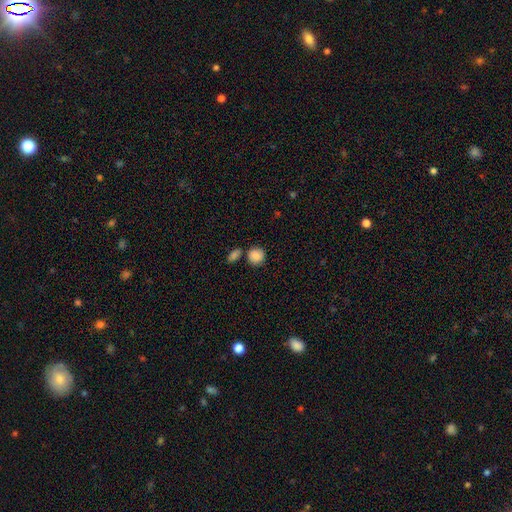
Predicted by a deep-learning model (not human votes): Smooth or featured? smooth (87%)
How rounded? round (82%)
Merging? none (65%)